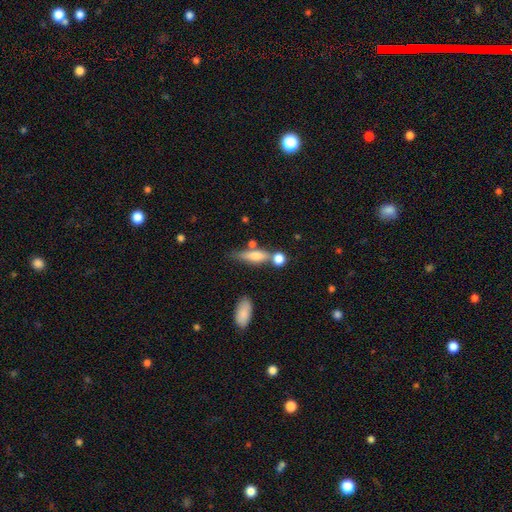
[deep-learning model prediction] Smooth or featured? Predicted: smooth (p=0.67). How rounded? Predicted: cigar-shaped (p=0.53). Merging? Predicted: none (p=0.48).